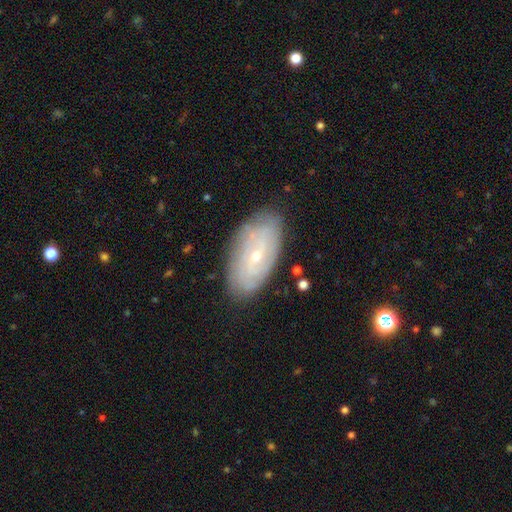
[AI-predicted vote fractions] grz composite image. It shows a featured or disk galaxy (69%) with no bar (61%), tight (73%) spiral arms (80%) and a small central bulge (73%). Merging: none (82%).